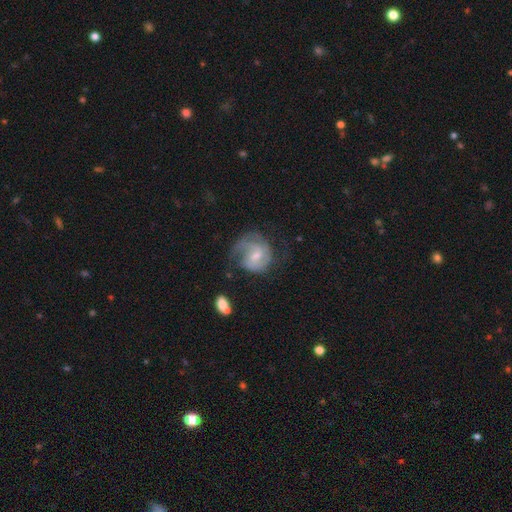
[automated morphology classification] This appears to be a featured or disk galaxy (75%) with a weak bar (55%), 2 (51%) medium (44%) spiral arms (92%) and a small central bulge (43%, tied with moderate). Merging: none (50%).